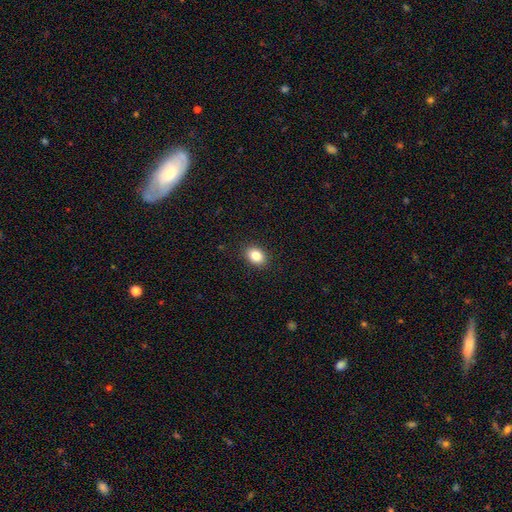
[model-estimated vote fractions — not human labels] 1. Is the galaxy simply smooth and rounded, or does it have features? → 84% smooth, 9% star or artifact, 6% featured or disk.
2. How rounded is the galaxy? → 71% in between, 28% round, 1% cigar-shaped.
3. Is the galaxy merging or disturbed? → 90% none, 7% minor disturbance, 2% major disturbance, 1% merger.